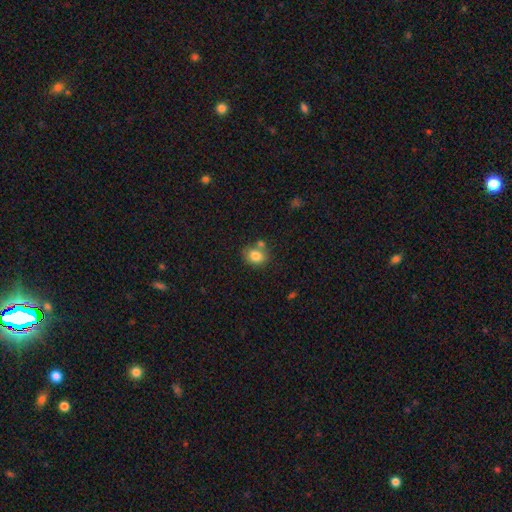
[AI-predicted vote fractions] This is clearly a smooth galaxy (82%). How rounded: possibly in between (57%). Merging: possibly none (59%).